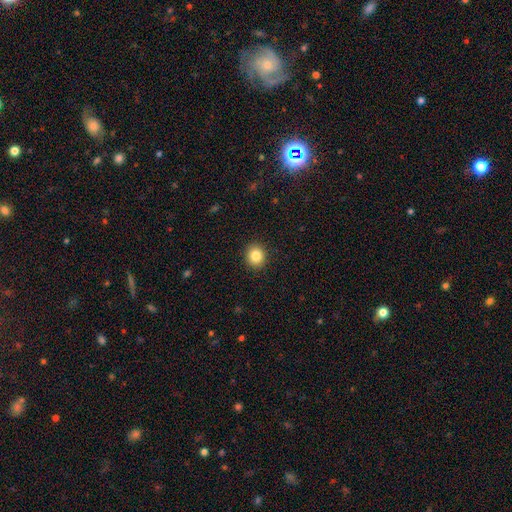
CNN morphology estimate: Smooth or featured? Predicted: smooth (p=0.85). How rounded? Predicted: round (p=0.79). Merging? Predicted: none (p=0.92).